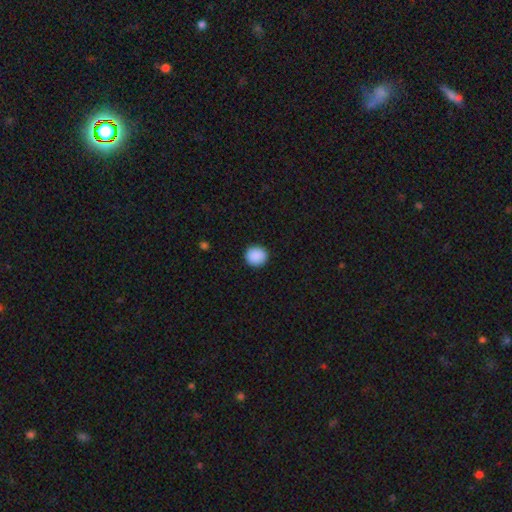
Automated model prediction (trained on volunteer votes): Overall: smooth (90%). How rounded: round (91%). Merging: none (92%).